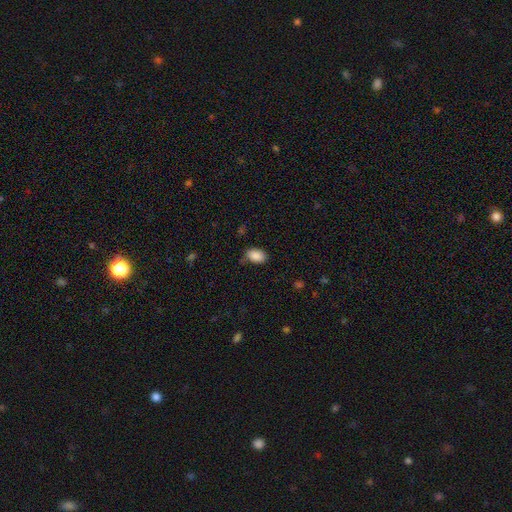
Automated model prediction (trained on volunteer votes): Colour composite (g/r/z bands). It shows a smooth galaxy with no disk features (88%) that is in between round and cigar-shaped (88%). Merging: none (69%).